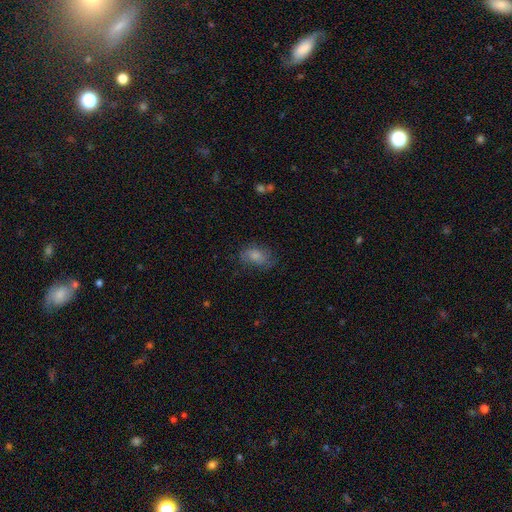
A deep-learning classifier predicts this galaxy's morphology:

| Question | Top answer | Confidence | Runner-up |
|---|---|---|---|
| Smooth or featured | smooth | 72% | featured or disk (19%) |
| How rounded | in between | 85% | round (13%) |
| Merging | none | 60% | minor disturbance (25%) |